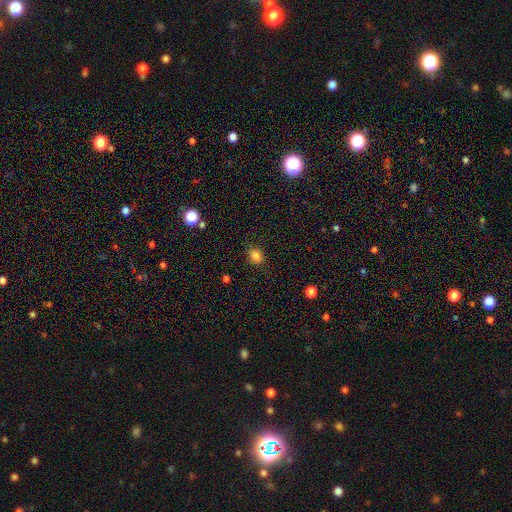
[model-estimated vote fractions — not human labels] A smooth galaxy with no disk features (82%) that is in between round and cigar-shaped (54%). Merging: none (82%).